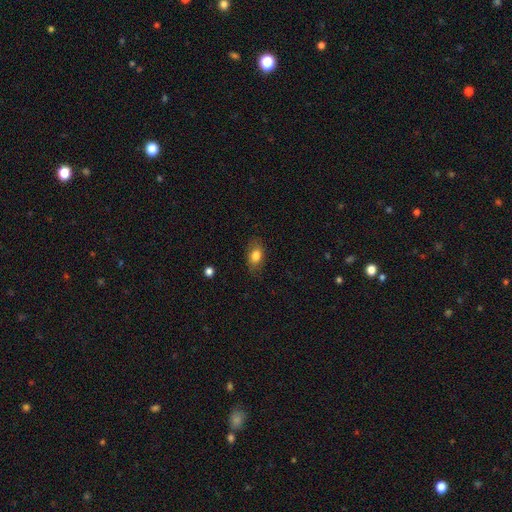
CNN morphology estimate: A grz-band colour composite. It shows a smooth galaxy with no disk features (79%) that is in between round and cigar-shaped (86%). Merging: none (78%).